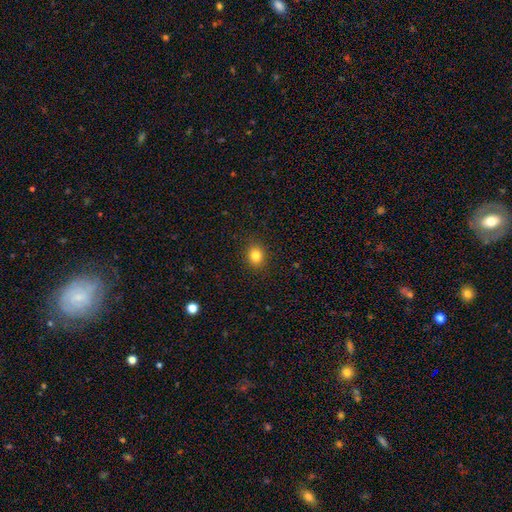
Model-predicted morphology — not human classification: This appears to be a smooth galaxy with no disk features (82%) that is round (69%). Merging: none (90%).